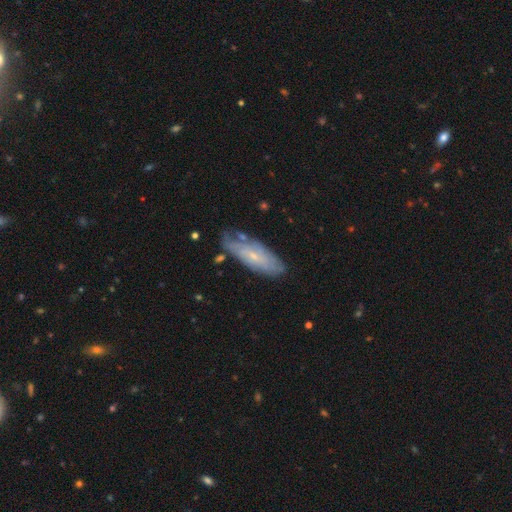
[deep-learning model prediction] Smooth or featured? featured or disk (51%)
Edge-on disk? no (72%)
Merging? none (74%)